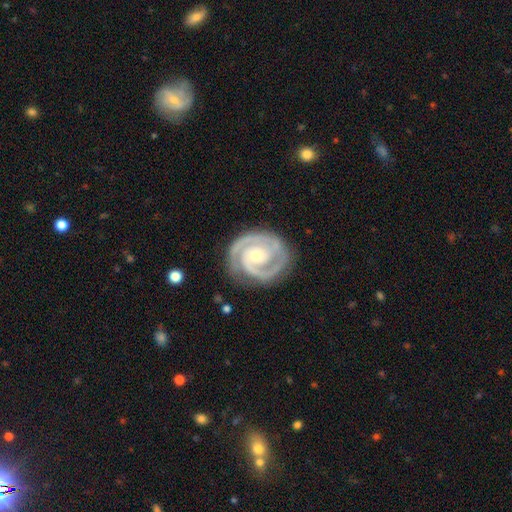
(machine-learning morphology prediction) type=featured or disk (92%); edge-on=no (98%); bar=no (64%); spiral arms=yes (98%); winding=tight (72%); arm count=2 (78%); bulge=small (55%); merging=none (81%).